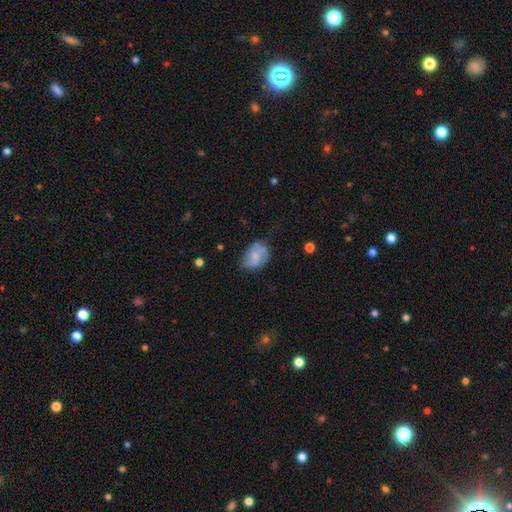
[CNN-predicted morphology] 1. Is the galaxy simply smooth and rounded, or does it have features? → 52% featured or disk, 41% smooth, 8% star or artifact.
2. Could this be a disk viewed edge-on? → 97% no, 3% yes.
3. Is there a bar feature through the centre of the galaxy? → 63% no, 32% weak, 5% strong.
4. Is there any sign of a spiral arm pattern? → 80% yes, 20% no.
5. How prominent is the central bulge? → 43% small, 32% moderate, 21% none, 3% large, 1% dominant.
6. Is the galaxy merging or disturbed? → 56% none, 28% minor disturbance, 13% major disturbance, 3% merger.